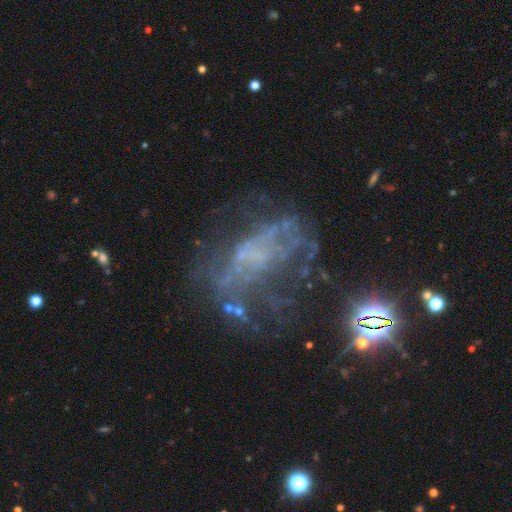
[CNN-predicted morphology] Q: Smooth or featured?
A: featured or disk (60%); runner-up: star or artifact (26%)
Q: Edge-on disk?
A: no (95%); runner-up: yes (5%)
Q: Bar?
A: no (77%); runner-up: weak (16%)
Q: Spiral arms?
A: no (74%); runner-up: yes (26%)
Q: Bulge size?
A: none (70%); runner-up: small (18%)
Q: Merging?
A: none (38%); tied with: major disturbance (38%)